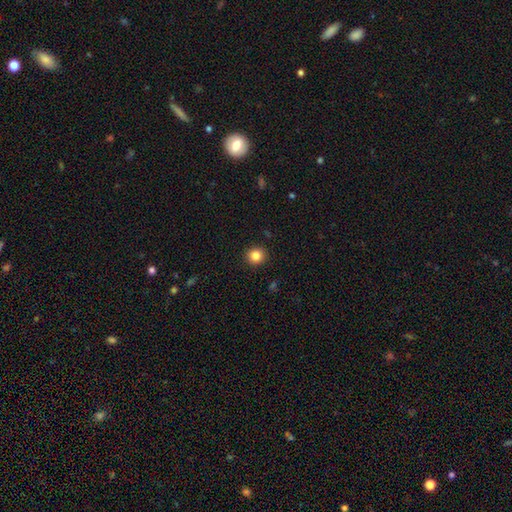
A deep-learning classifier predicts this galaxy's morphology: Smooth or featured? Predicted: smooth (p=0.84). How rounded? Predicted: round (p=0.90). Merging? Predicted: none (p=0.92).